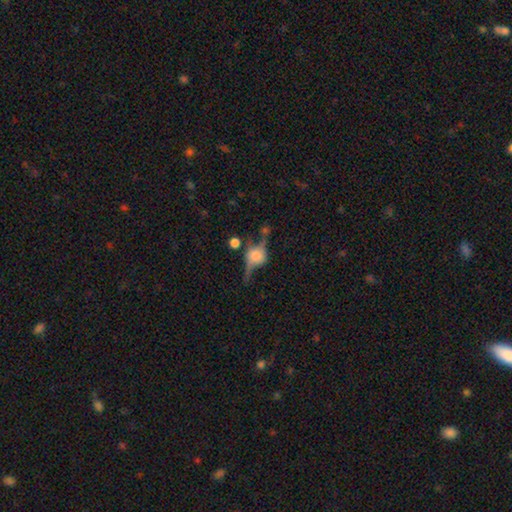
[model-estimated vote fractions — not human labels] Smooth or featured: featured or disk — 71% (smooth — 20%)
Edge-on disk: yes — 79% (no — 21%)
Edge-on bulge: rounded — 90% (boxy — 8%)
Merging: none — 58% (minor disturbance — 21%)